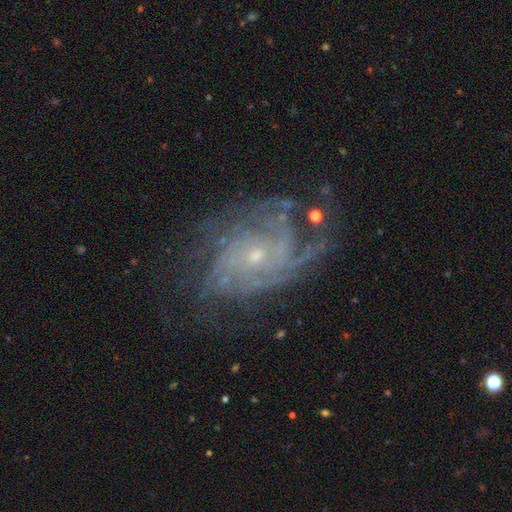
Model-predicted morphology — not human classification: Q: Smooth or featured?
A: featured or disk (84%); runner-up: star or artifact (9%)
Q: Edge-on disk?
A: no (97%); runner-up: yes (3%)
Q: Bar?
A: no (77%); runner-up: weak (19%)
Q: Spiral arms?
A: yes (95%); runner-up: no (5%)
Q: Spiral winding?
A: tight (57%); runner-up: medium (33%)
Q: Spiral arm count?
A: can't tell (31%); runner-up: 4 (22%)
Q: Bulge size?
A: small (77%); runner-up: moderate (19%)
Q: Merging?
A: none (64%); runner-up: minor disturbance (20%)